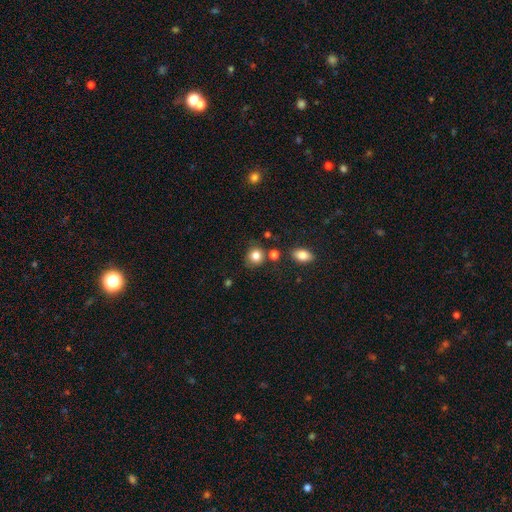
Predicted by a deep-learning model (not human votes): Smooth or featured?
  - smooth: 84% *
  - star or artifact: 10%
  - featured or disk: 6%
How rounded?
  - round: 81% *
  - in between: 18%
  - cigar-shaped: 1%
Merging?
  - none: 75% *
  - minor disturbance: 13%
  - merger: 8%
  - major disturbance: 4%